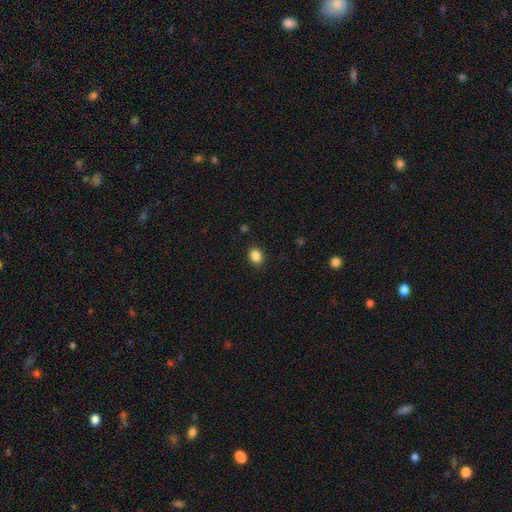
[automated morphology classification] smooth-or-featured: smooth: 86% | star or artifact: 10% | featured or disk: 4%
  how-rounded: round: 52% | in between: 47% | cigar-shaped: 1%
  merging: none: 89% | minor disturbance: 7% | major disturbance: 2% | merger: 1%